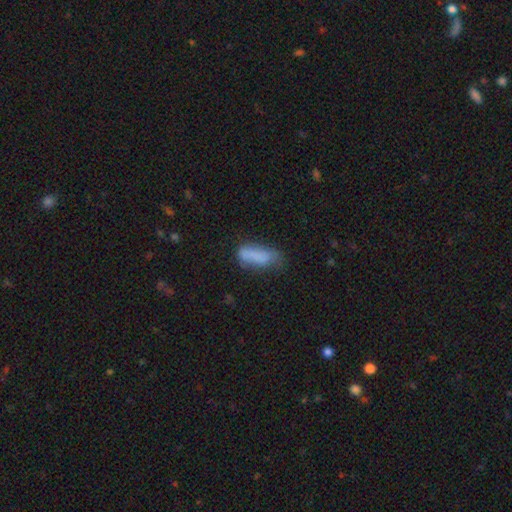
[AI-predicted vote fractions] Morphology: type=smooth (76%); roundness=in between (61%); merging=none (42%).